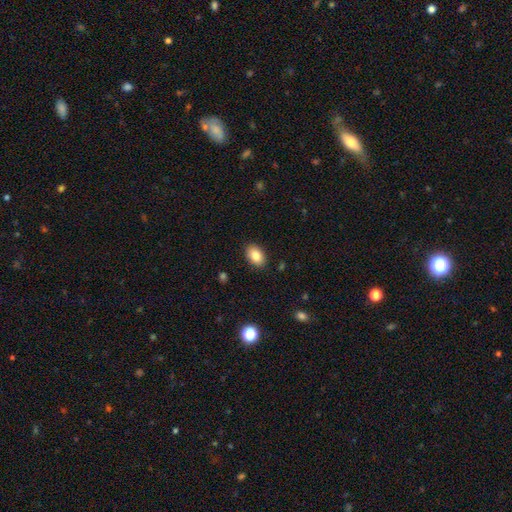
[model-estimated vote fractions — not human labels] smooth 85%, star or artifact 8%, featured or disk 7%. Down the decision tree: how rounded — in between (88%); merging — none (88%).